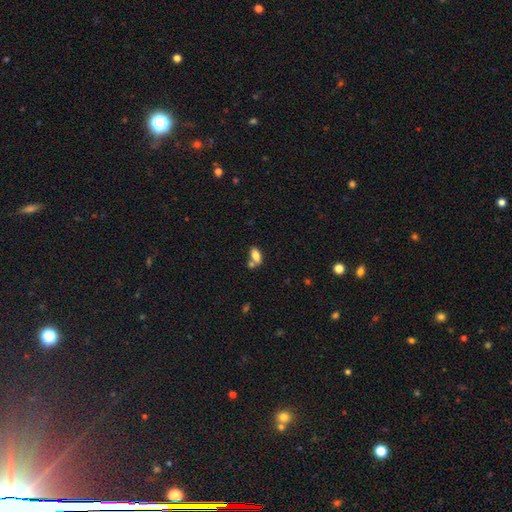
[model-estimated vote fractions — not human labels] A smooth galaxy with no disk features (80%) that is in between round and cigar-shaped (89%).

Vote fractions:
- Smooth or featured? smooth: 80% / featured or disk: 11% / star or artifact: 9%
- How rounded? in between: 89% / cigar-shaped: 7% / round: 5%
- Merging? none: 48% / merger: 35% / minor disturbance: 12% / major disturbance: 4%